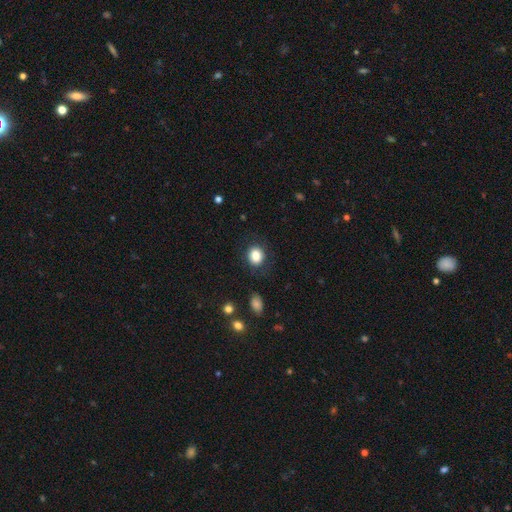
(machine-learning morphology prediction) Q: Smooth or featured?
A: smooth (84%); runner-up: star or artifact (9%)
Q: How rounded?
A: round (63%); runner-up: in between (36%)
Q: Merging?
A: none (82%); runner-up: minor disturbance (12%)